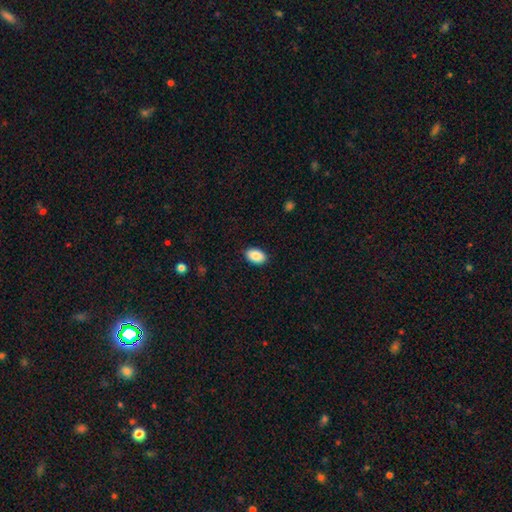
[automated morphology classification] This appears to be a smooth galaxy with no disk features (90%) that is in between round and cigar-shaped (91%). Merging: none (90%).